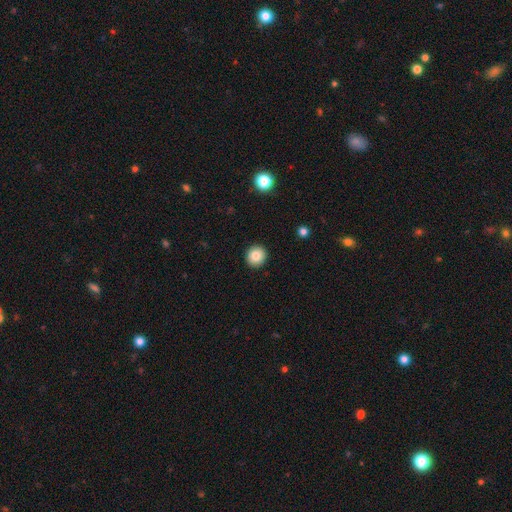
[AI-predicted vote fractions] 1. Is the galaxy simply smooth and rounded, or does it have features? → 84% smooth, 9% star or artifact, 7% featured or disk.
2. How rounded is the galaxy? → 92% round, 7% in between, 1% cigar-shaped.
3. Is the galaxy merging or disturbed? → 93% none, 5% minor disturbance, 1% major disturbance, 1% merger.